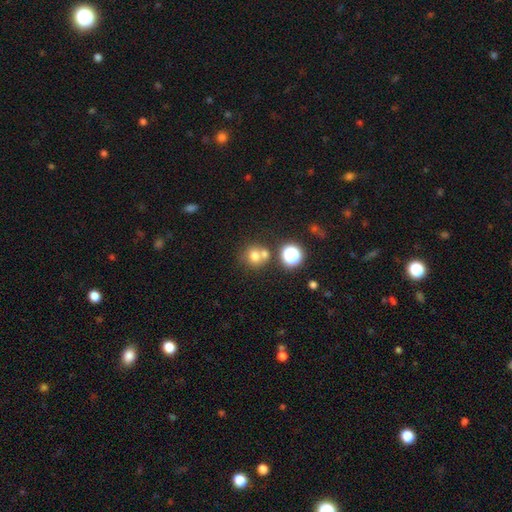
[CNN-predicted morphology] smooth_or_featured: smooth (p=0.71) [alt: star or artifact p=0.17]
how_rounded: round (p=0.84) [alt: in between p=0.15]
merging: none (p=0.52) [alt: merger p=0.35]